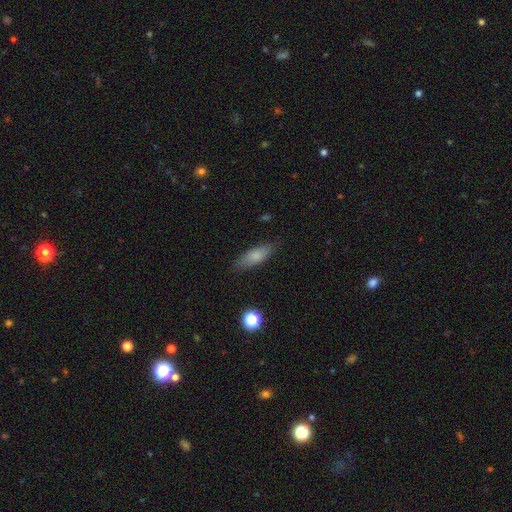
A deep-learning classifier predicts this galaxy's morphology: The model was most divided on "how rounded": in between: 61%, cigar-shaped: 37%, round: 3%. More confident: merging — none (82%); smooth or featured — smooth (77%).